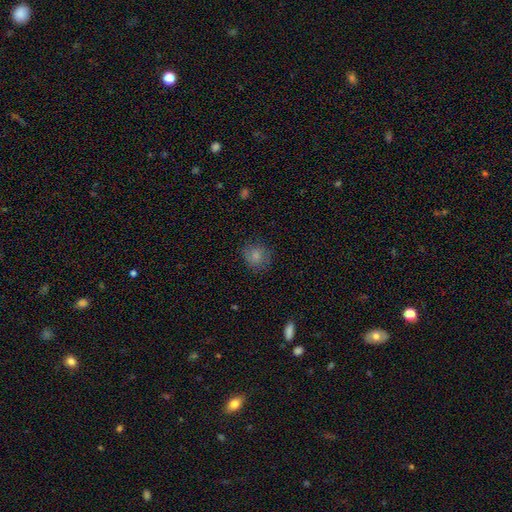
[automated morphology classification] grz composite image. It shows a smooth galaxy with no disk features (79%) that is round (80%). Merging: none (76%).